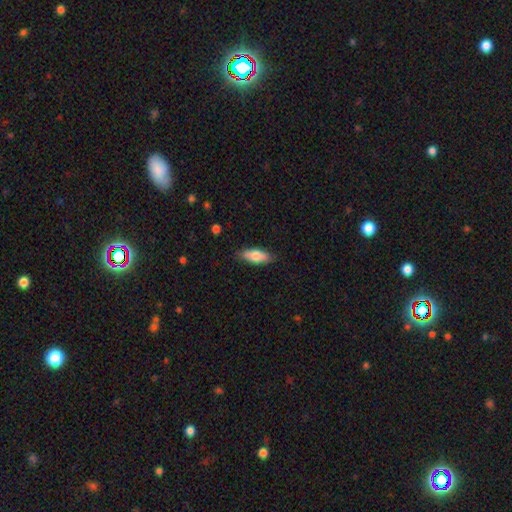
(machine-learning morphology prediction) This is likely a smooth galaxy (73%). How rounded: likely in between (71%). Merging: clearly none (84%).